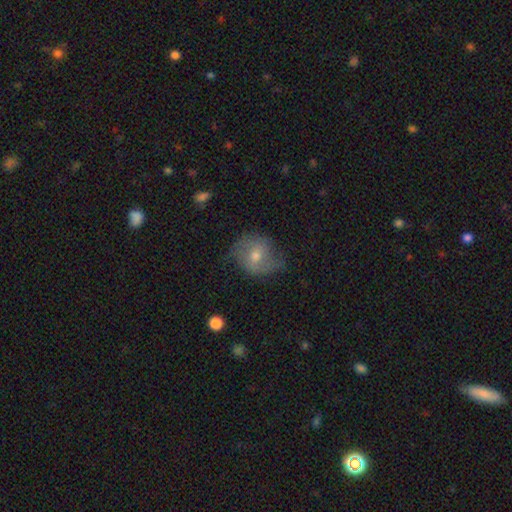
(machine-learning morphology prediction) Smooth or featured: featured or disk — 47% (smooth — 44%)
Merging: none — 63% (minor disturbance — 26%)